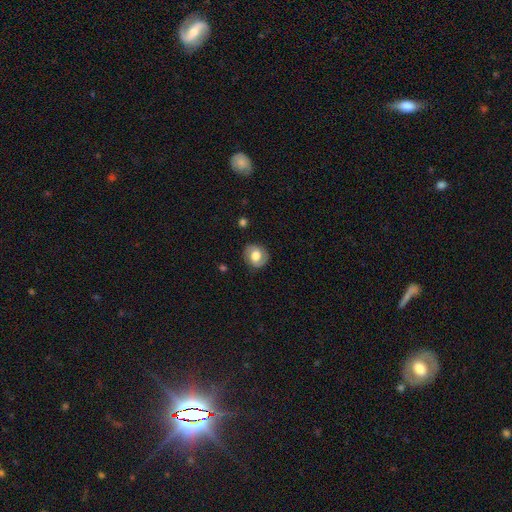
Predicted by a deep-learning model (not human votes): smooth_or_featured: featured or disk (p=0.47) [alt: smooth p=0.46]
merging: none (p=0.82) [alt: minor disturbance p=0.13]